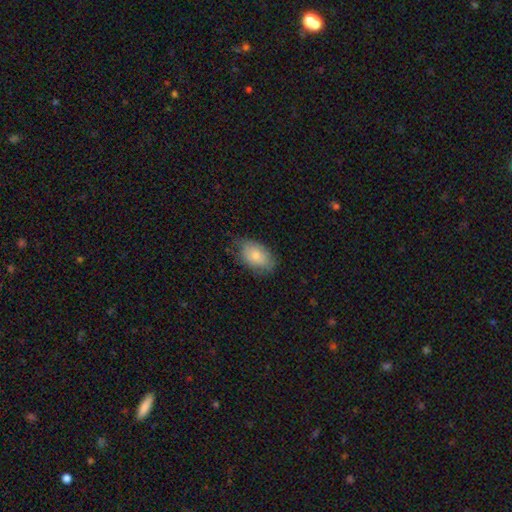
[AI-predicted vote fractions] Smooth or featured? Predicted: smooth (p=0.80). How rounded? Predicted: in between (p=0.92). Merging? Predicted: none (p=0.67).